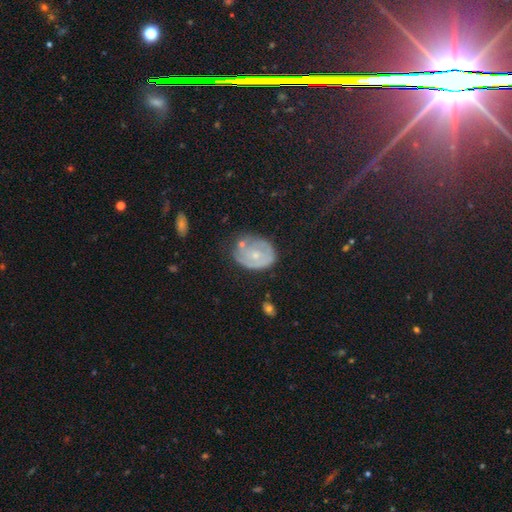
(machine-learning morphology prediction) smooth-or-featured: featured or disk: 55% | smooth: 36% | star or artifact: 9%
  disk-edge-on: no: 96% | yes: 4%
    bar: no: 83% | weak: 14% | strong: 3%
    has-spiral-arms: yes: 53% | no: 47%
    bulge-size: small: 67% | moderate: 28% | none: 2% | large: 1% | dominant: 1%
  merging: none: 50% | minor disturbance: 30% | major disturbance: 12% | merger: 7%